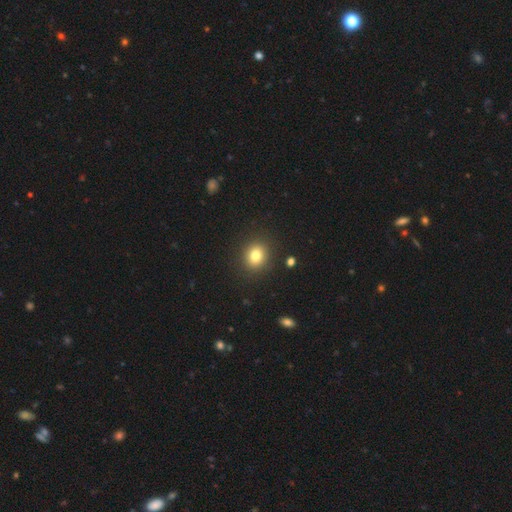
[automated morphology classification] The model was most divided on "how rounded": round: 72%, in between: 27%, cigar-shaped: 1%. More confident: merging — none (89%); smooth or featured — smooth (81%).